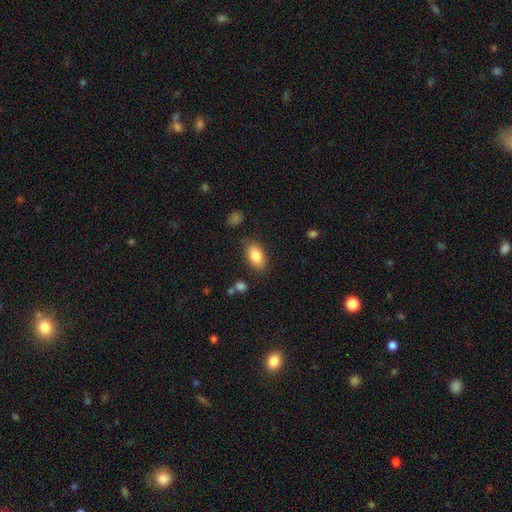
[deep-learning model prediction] Smooth or featured? smooth (84%)
How rounded? in between (92%)
Merging? none (81%)